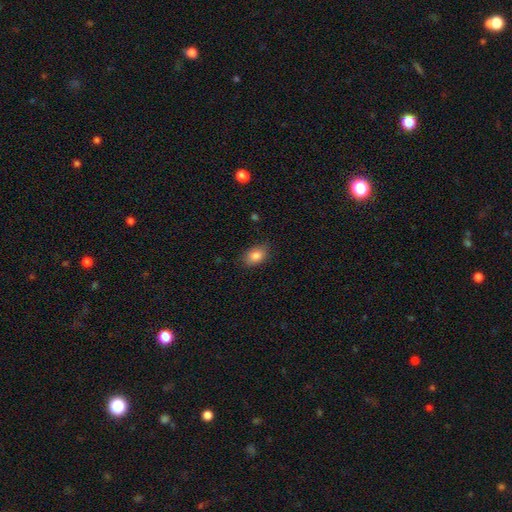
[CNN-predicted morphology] This is clearly a smooth galaxy (85%). How rounded: clearly in between (81%). Merging: clearly none (81%).